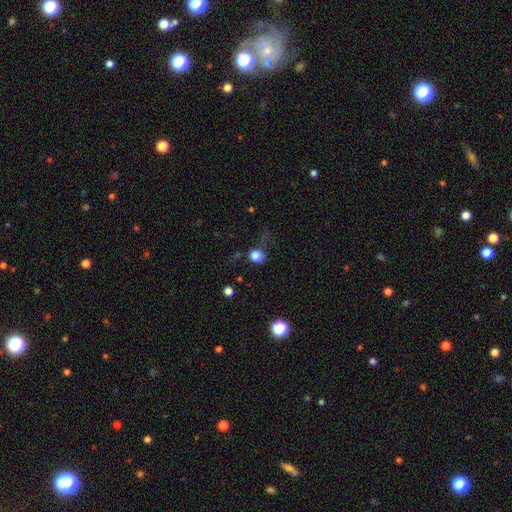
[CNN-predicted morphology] Smooth or featured: smooth — 81% (star or artifact — 14%)
How rounded: round — 69% (in between — 29%)
Merging: none — 62% (minor disturbance — 21%)